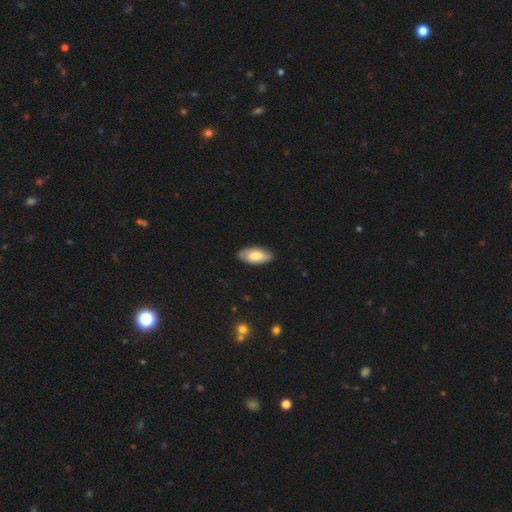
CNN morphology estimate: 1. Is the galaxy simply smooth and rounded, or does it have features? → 73% smooth, 21% featured or disk, 6% star or artifact.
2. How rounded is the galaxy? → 92% in between, 6% cigar-shaped, 2% round.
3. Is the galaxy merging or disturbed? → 85% none, 12% minor disturbance, 2% major disturbance, 1% merger.